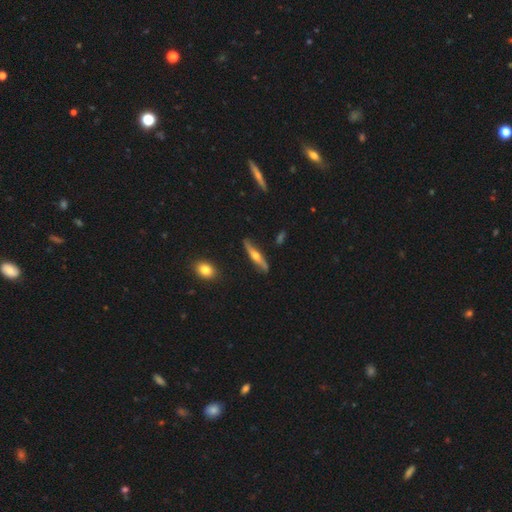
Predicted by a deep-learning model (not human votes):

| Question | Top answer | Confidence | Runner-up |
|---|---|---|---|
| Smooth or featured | featured or disk | 69% | smooth (26%) |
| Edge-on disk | yes | 86% | no (14%) |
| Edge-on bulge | rounded | 93% | none (4%) |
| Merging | none | 83% | minor disturbance (13%) |